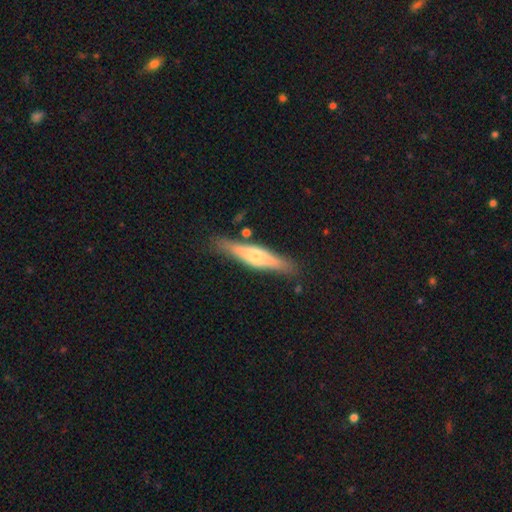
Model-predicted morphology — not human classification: This appears to be a featured or disk galaxy (54%) viewed edge-on (91%). Merging: none (81%).